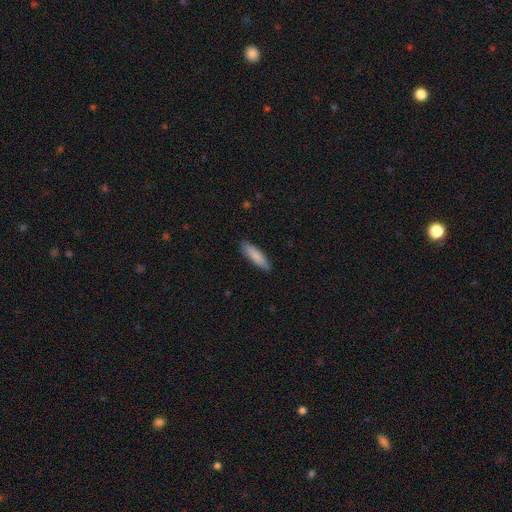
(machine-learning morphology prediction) This appears to be a smooth galaxy with no disk features (85%) that is cigar-shaped (67%). Merging: none (86%).